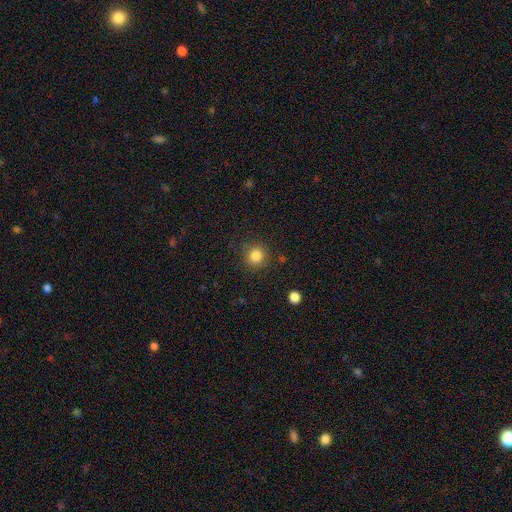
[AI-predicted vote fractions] Smooth or featured? Predicted: smooth (p=0.84). How rounded? Predicted: round (p=0.92). Merging? Predicted: none (p=0.86).